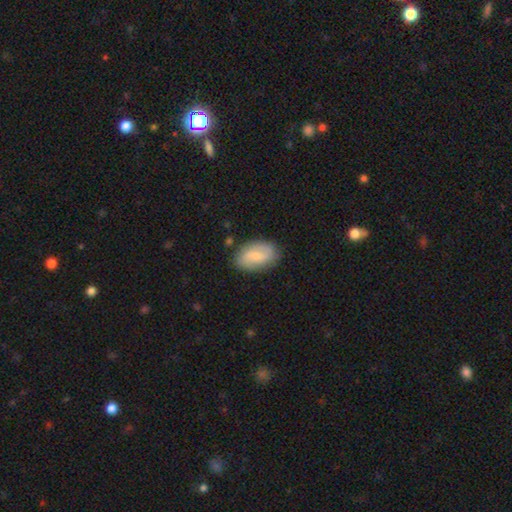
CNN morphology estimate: This appears to be a smooth galaxy with no disk features (64%) that is in between round and cigar-shaped (91%). Merging: none (79%).